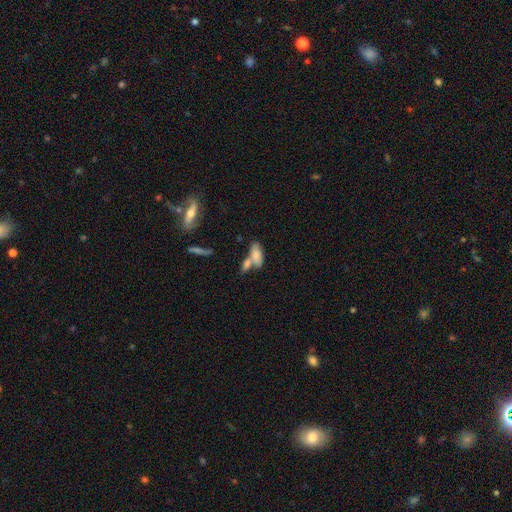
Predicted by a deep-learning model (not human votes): Morphology: type=smooth (75%); roundness=in between (80%); merging=merger (46%).